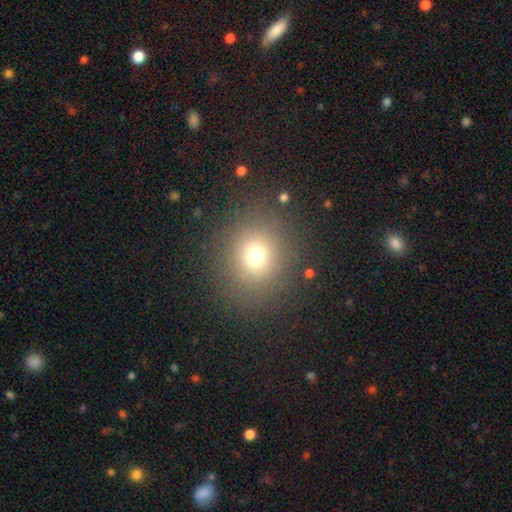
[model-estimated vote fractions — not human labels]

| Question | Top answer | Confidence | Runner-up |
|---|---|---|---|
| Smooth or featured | smooth | 70% | star or artifact (20%) |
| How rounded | round | 87% | in between (12%) |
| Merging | none | 84% | minor disturbance (8%) |